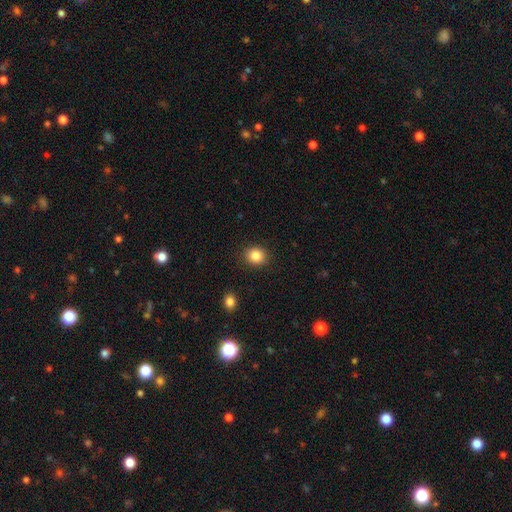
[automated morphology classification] smooth_or_featured: smooth (p=0.85) [alt: star or artifact p=0.10]
how_rounded: round (p=0.76) [alt: in between p=0.23]
merging: none (p=0.90) [alt: minor disturbance p=0.07]